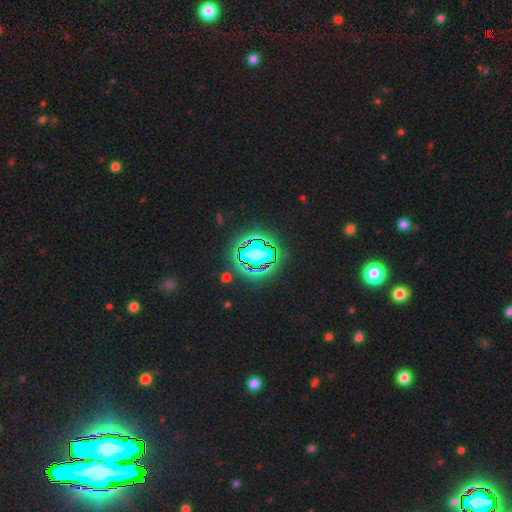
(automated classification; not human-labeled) Smooth or featured? Predicted: star or artifact (p=0.63).